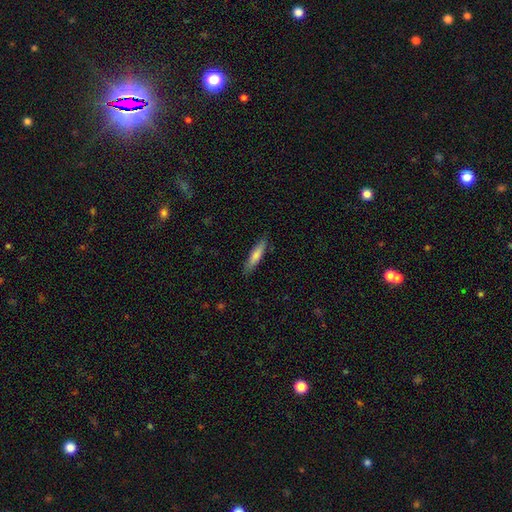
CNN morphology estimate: Smooth or featured: smooth — 75% (featured or disk — 20%)
How rounded: cigar-shaped — 81% (in between — 18%)
Merging: none — 86% (minor disturbance — 11%)